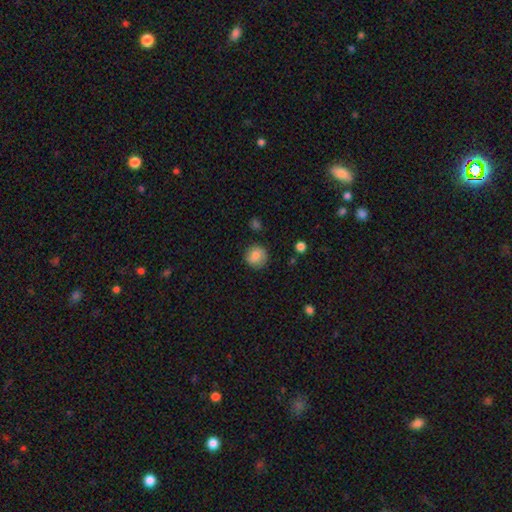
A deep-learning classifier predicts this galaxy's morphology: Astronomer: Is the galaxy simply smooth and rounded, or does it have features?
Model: smooth — 84%.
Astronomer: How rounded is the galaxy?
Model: round — 88%.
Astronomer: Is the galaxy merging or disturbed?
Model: none — 85%.